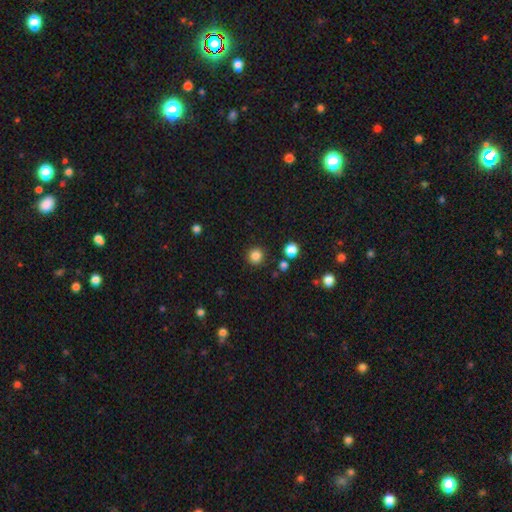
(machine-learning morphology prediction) smooth 84%, star or artifact 12%, featured or disk 4%. Down the decision tree: how rounded — round (94%); merging — none (90%).